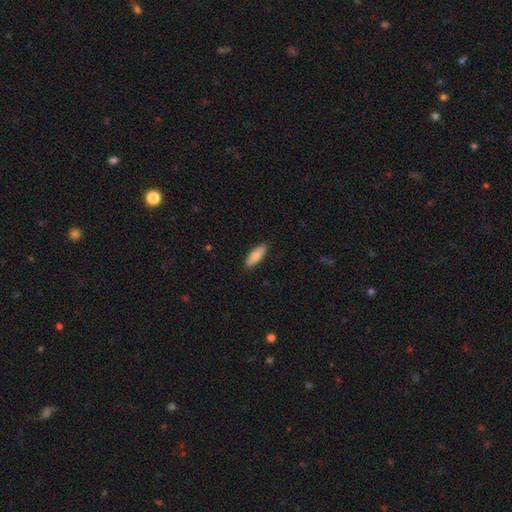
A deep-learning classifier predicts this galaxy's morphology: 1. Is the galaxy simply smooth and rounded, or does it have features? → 80% smooth, 14% featured or disk, 6% star or artifact.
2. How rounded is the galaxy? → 66% in between, 32% cigar-shaped, 2% round.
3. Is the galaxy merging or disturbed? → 88% none, 9% minor disturbance, 2% major disturbance, 1% merger.